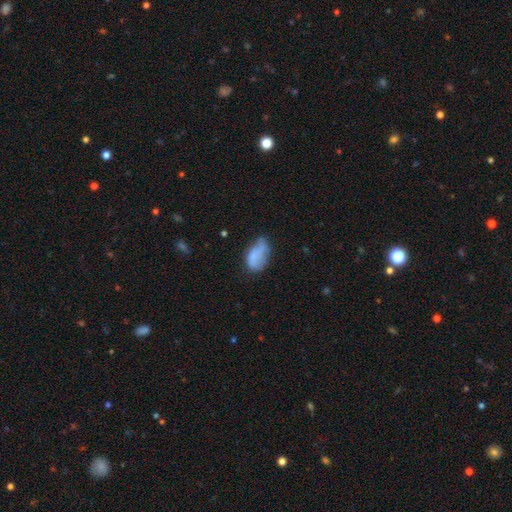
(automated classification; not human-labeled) A smooth galaxy with no disk features (66%) that is in between round and cigar-shaped (91%).

Vote fractions:
- Smooth or featured? smooth: 66% / featured or disk: 25% / star or artifact: 9%
- How rounded? in between: 91% / round: 7% / cigar-shaped: 2%
- Merging? minor disturbance: 37% / none: 35% / major disturbance: 21% / merger: 7%